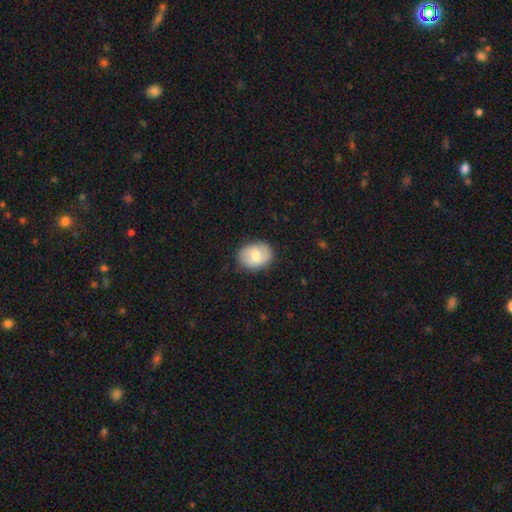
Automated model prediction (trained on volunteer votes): A smooth galaxy with no disk features (68%) that is in between round and cigar-shaped (60%). Merging: none (82%).